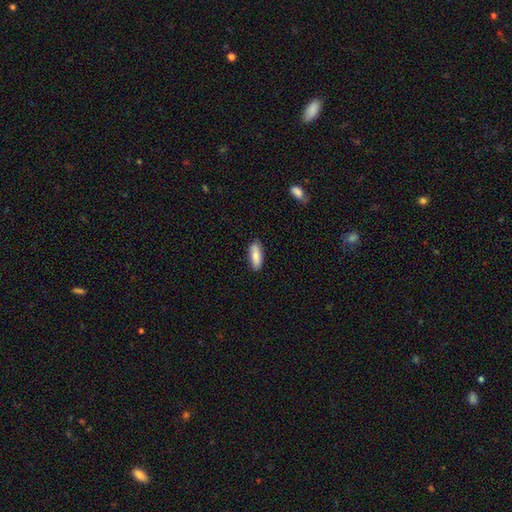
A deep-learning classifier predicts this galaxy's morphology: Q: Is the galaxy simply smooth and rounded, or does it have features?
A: smooth — 79%.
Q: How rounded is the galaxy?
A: in between — 71%.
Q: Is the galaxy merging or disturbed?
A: none — 86%.